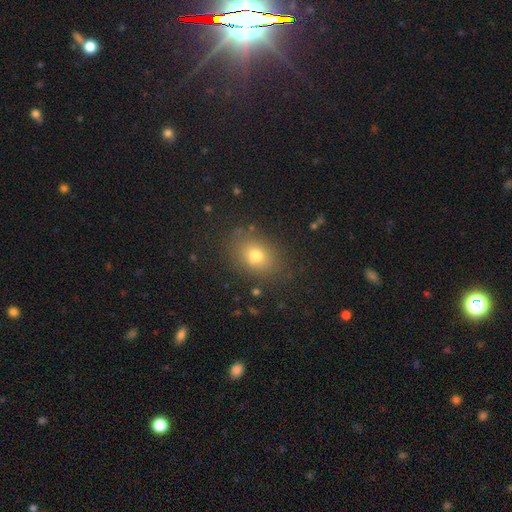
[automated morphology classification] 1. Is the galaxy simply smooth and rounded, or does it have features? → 75% smooth, 14% star or artifact, 11% featured or disk.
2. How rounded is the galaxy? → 64% in between, 35% round, 1% cigar-shaped.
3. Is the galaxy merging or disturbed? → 82% none, 11% minor disturbance, 4% major disturbance, 2% merger.